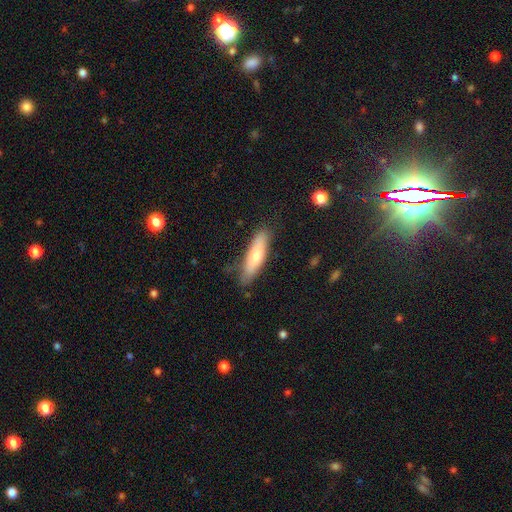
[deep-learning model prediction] smooth_or_featured: smooth (p=0.70) [alt: featured or disk p=0.24]
how_rounded: cigar-shaped (p=0.66) [alt: in between p=0.32]
merging: none (p=0.77) [alt: minor disturbance p=0.18]